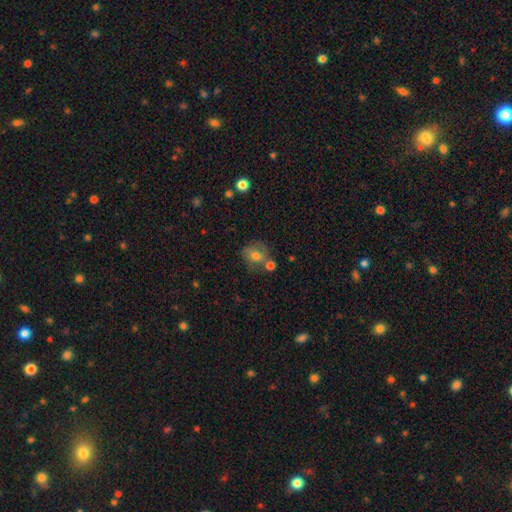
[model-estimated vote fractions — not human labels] smooth 61%, featured or disk 28%, star or artifact 11%. Down the decision tree: how rounded — round (60%); merging — none (50%).